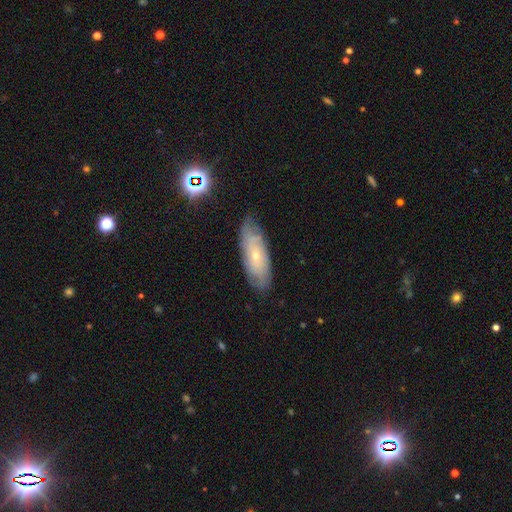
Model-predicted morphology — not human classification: The model was most divided on "smooth or featured": featured or disk: 62%, smooth: 30%, star or artifact: 8%. More confident: edge-on disk — no (83%); bar — no (82%); spiral arms — yes (77%); merging — none (75%); bulge size — small (74%).